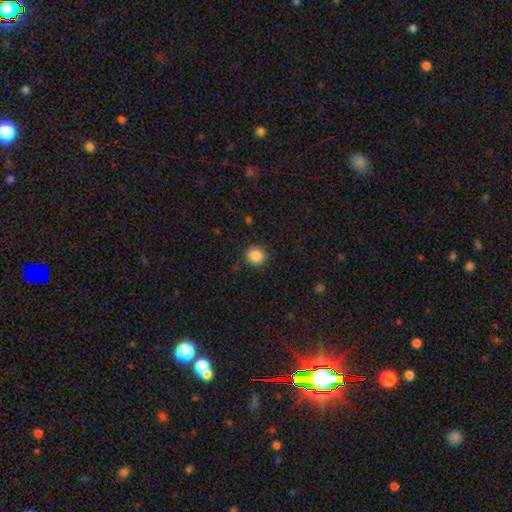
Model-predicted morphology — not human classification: Smooth or featured: smooth — 87% (star or artifact — 10%)
How rounded: round — 92% (in between — 7%)
Merging: none — 90% (minor disturbance — 7%)